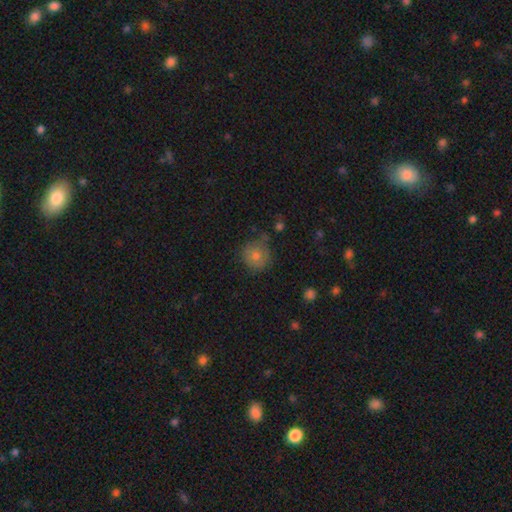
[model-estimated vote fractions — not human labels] smooth-or-featured: smooth: 72% | featured or disk: 14% | star or artifact: 13%
  how-rounded: round: 90% | in between: 9% | cigar-shaped: 1%
  merging: none: 74% | minor disturbance: 19% | major disturbance: 4% | merger: 3%